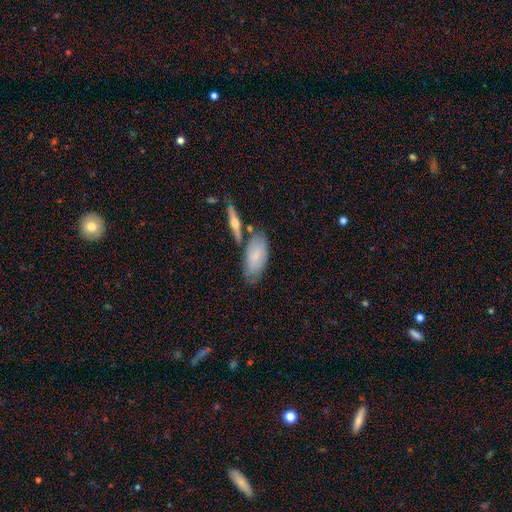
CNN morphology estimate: This appears to be a smooth galaxy with no disk features (67%) that is in between round and cigar-shaped (87%). Merging: none (62%).